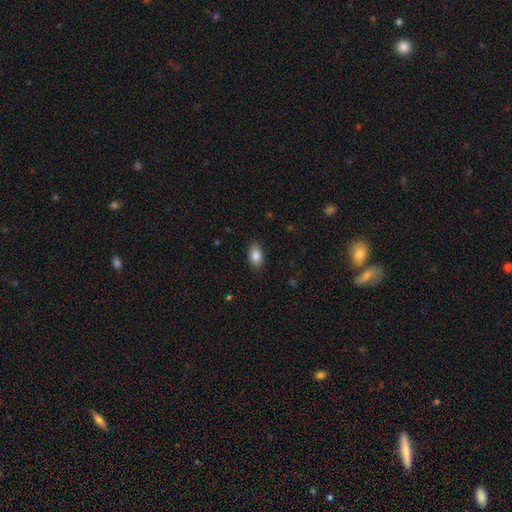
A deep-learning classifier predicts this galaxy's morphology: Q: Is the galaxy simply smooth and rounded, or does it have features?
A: smooth — 85%.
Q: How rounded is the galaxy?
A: in between — 91%.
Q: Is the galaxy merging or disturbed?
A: none — 87%.